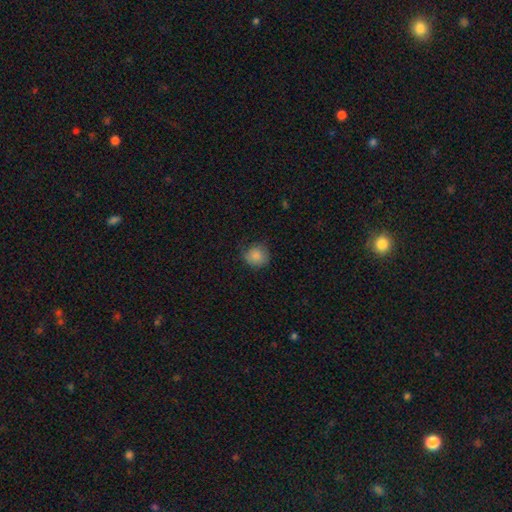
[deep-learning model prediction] Smooth or featured? Predicted: smooth (p=0.85). How rounded? Predicted: round (p=0.88). Merging? Predicted: none (p=0.70).